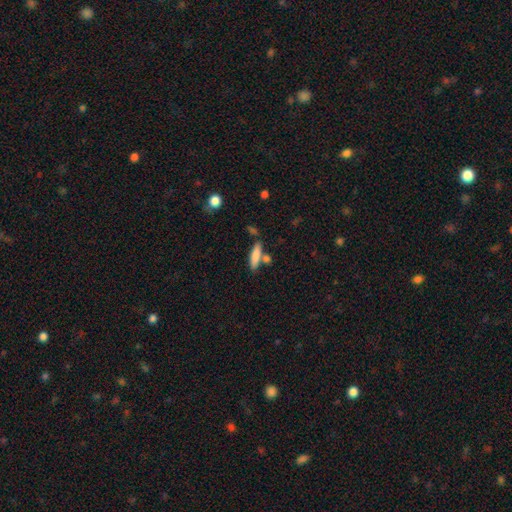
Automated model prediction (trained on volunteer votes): Smooth or featured?
  - smooth: 80% *
  - featured or disk: 14%
  - star or artifact: 6%
How rounded?
  - cigar-shaped: 62% *
  - in between: 36%
  - round: 2%
Merging?
  - none: 66% *
  - merger: 17%
  - minor disturbance: 13%
  - major disturbance: 4%